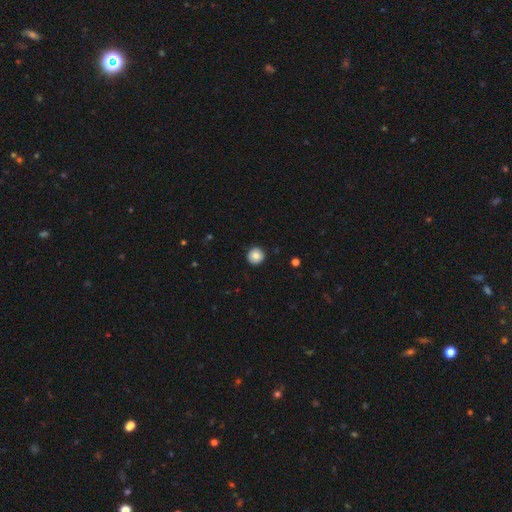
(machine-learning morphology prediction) A smooth galaxy with no disk features (82%) that is round (95%).

Vote fractions:
- Smooth or featured? smooth: 82% / featured or disk: 10% / star or artifact: 8%
- How rounded? round: 95% / in between: 4% / cigar-shaped: 1%
- Merging? none: 91% / minor disturbance: 6% / major disturbance: 2% / merger: 1%